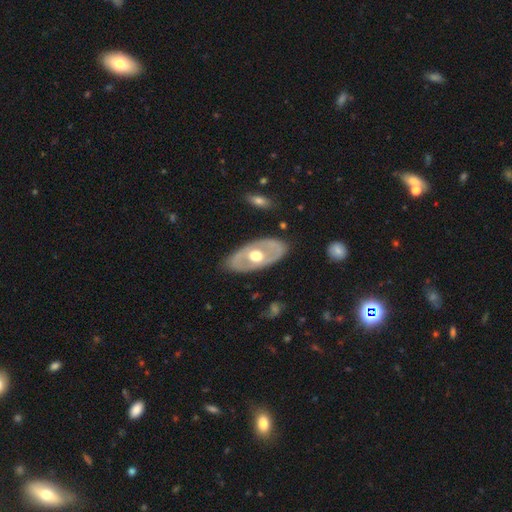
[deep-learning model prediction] The model was most divided on "smooth or featured": featured or disk: 61%, smooth: 34%, star or artifact: 4%. More confident: bar — no (89%); spiral arms — no (87%); edge-on disk — no (84%); merging — none (82%); bulge size — moderate (70%).